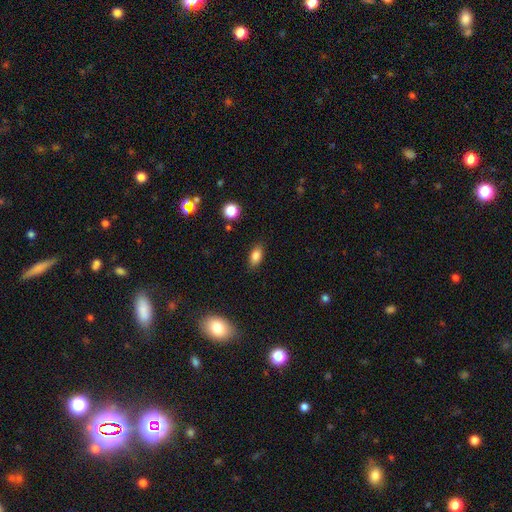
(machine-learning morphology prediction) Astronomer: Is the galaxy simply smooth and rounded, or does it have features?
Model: smooth — 83%.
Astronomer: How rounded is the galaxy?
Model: in between — 87%.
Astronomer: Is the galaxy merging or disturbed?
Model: none — 85%.